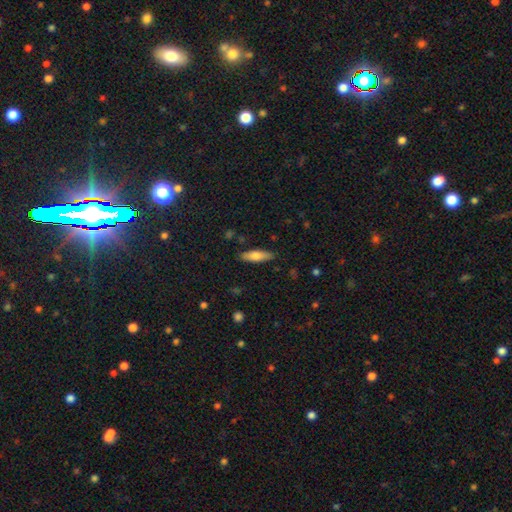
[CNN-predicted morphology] This is likely a smooth galaxy (69%). How rounded: possibly cigar-shaped (54%). Merging: clearly none (86%).